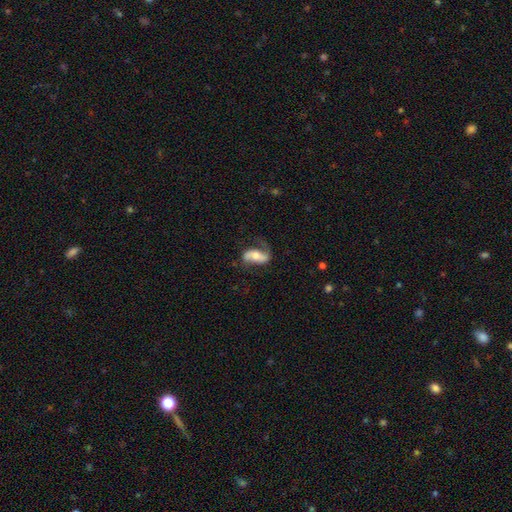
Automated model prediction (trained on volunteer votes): This is likely a featured or disk galaxy (68%). It is clearly not viewed edge-on (92%). Bar: marginally no (39%). Spiral arm pattern: clearly yes (89%). Spiral arm count: clearly 2 (85%). Spiral winding: likely loose (61%). Central bulge: possibly moderate (58%). Merging: likely none (60%).